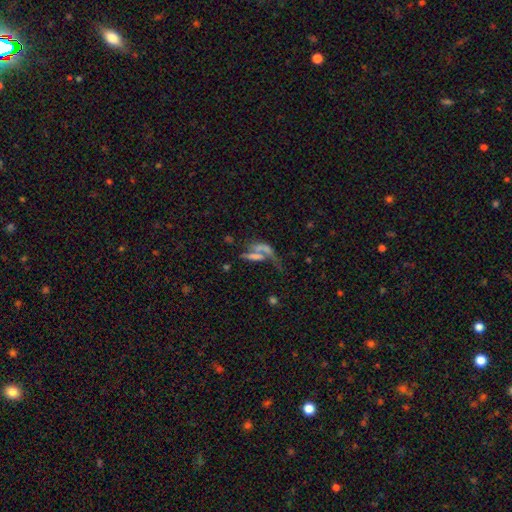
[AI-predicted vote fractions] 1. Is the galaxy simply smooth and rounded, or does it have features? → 42% smooth, 37% featured or disk, 21% star or artifact.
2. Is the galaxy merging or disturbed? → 52% merger, 25% none, 14% major disturbance, 9% minor disturbance.